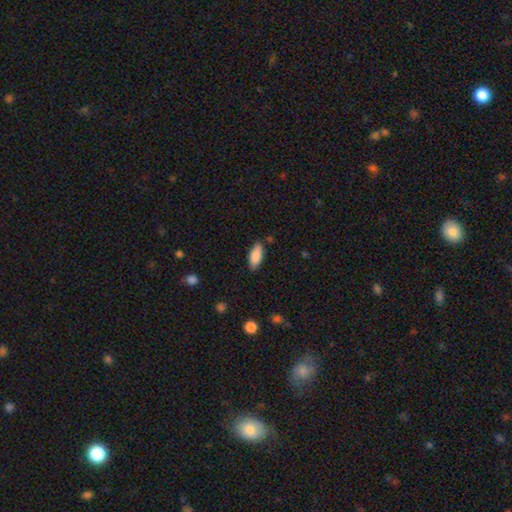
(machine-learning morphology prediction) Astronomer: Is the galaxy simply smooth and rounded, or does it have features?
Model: smooth — 87%.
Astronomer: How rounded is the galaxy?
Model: in between — 79%.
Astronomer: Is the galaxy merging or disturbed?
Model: none — 84%.